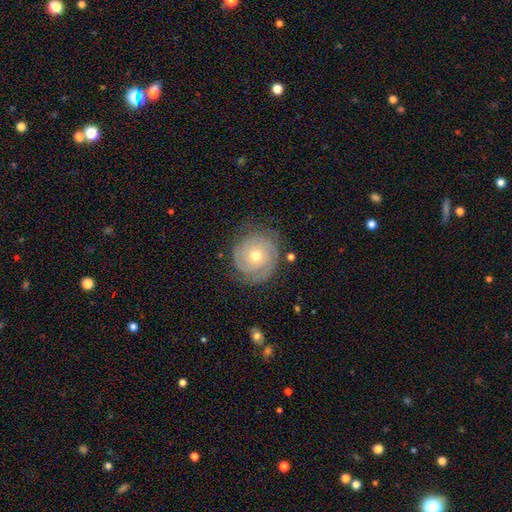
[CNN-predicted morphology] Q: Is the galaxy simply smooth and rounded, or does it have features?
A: featured or disk — 80%.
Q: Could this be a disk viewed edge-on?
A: no — 97%.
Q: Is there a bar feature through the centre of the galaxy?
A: no — 81%.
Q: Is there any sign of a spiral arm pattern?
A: yes — 94%.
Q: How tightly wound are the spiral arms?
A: tight — 79%.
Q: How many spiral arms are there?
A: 2 — 36%.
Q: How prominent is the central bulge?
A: moderate — 53%.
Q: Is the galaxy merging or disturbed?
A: none — 80%.